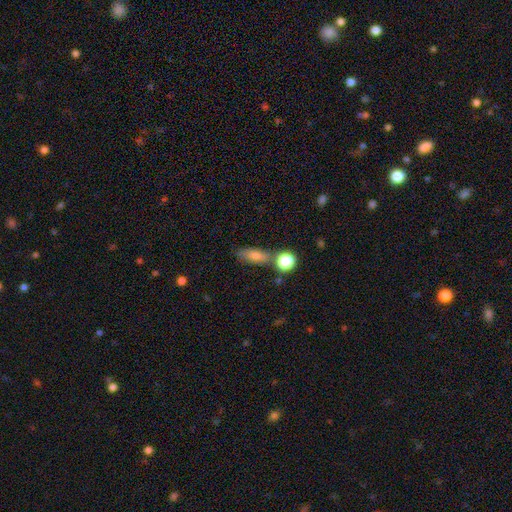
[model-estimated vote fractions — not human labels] Q: Smooth or featured?
A: smooth (75%); runner-up: featured or disk (14%)
Q: How rounded?
A: in between (59%); runner-up: cigar-shaped (31%)
Q: Merging?
A: none (60%); runner-up: merger (18%)